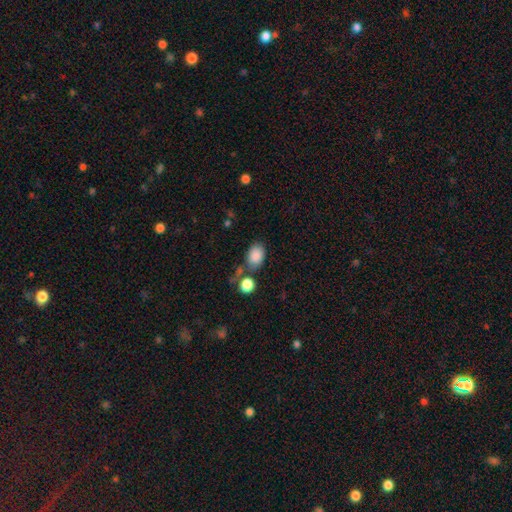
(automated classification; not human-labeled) smooth-or-featured: smooth: 86% | star or artifact: 8% | featured or disk: 6%
  how-rounded: in between: 81% | round: 17% | cigar-shaped: 1%
  merging: none: 59% | minor disturbance: 17% | merger: 17% | major disturbance: 7%